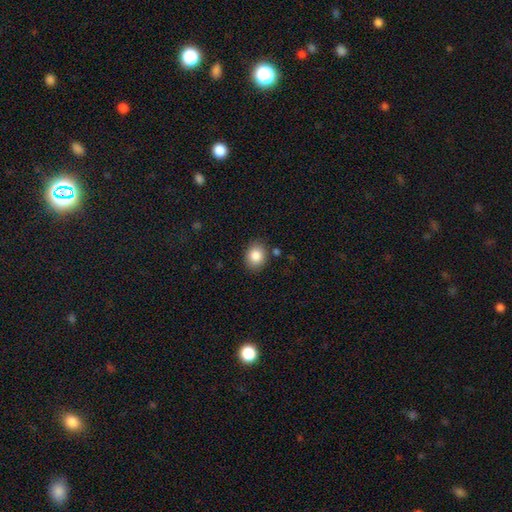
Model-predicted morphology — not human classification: smooth_or_featured: smooth (p=0.86) [alt: star or artifact p=0.08]
how_rounded: round (p=0.58) [alt: in between p=0.41]
merging: none (p=0.84) [alt: minor disturbance p=0.11]